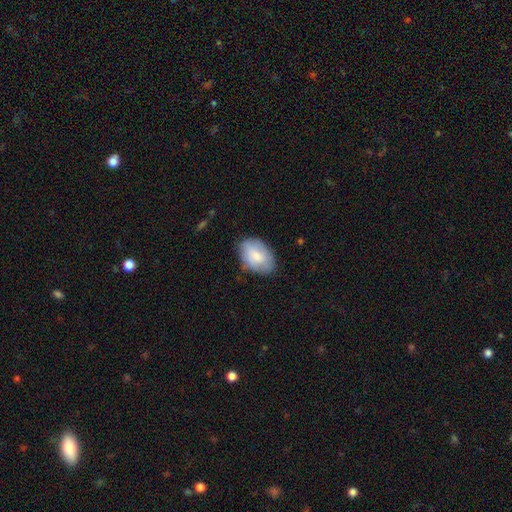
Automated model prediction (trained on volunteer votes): smooth-or-featured: smooth: 74% | featured or disk: 20% | star or artifact: 6%
  how-rounded: in between: 89% | round: 10% | cigar-shaped: 1%
  merging: none: 73% | minor disturbance: 21% | major disturbance: 5% | merger: 1%